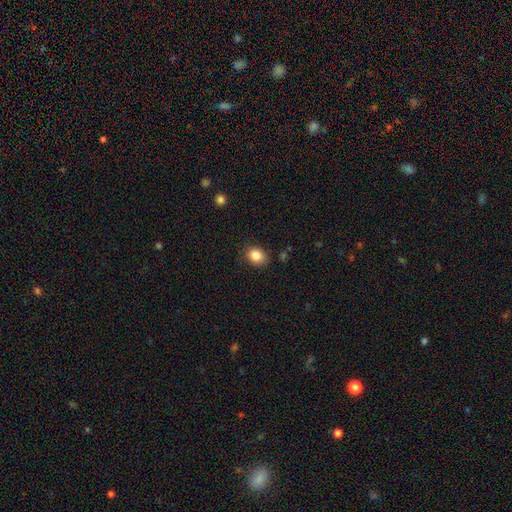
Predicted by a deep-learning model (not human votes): smooth_or_featured: smooth (p=0.85) [alt: star or artifact p=0.10]
how_rounded: round (p=0.55) [alt: in between p=0.44]
merging: none (p=0.85) [alt: minor disturbance p=0.11]